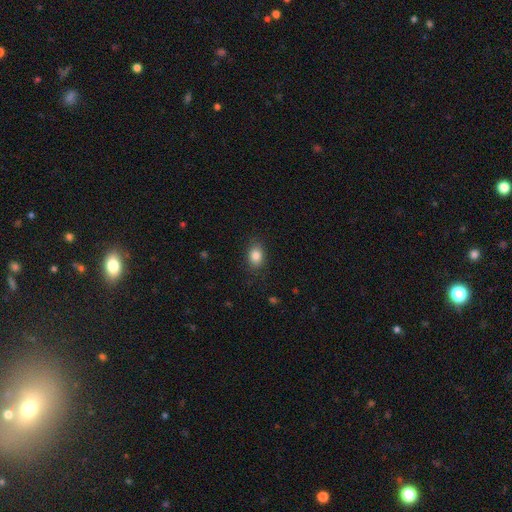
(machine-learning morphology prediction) Smooth or featured? smooth (85%)
How rounded? in between (72%)
Merging? none (84%)